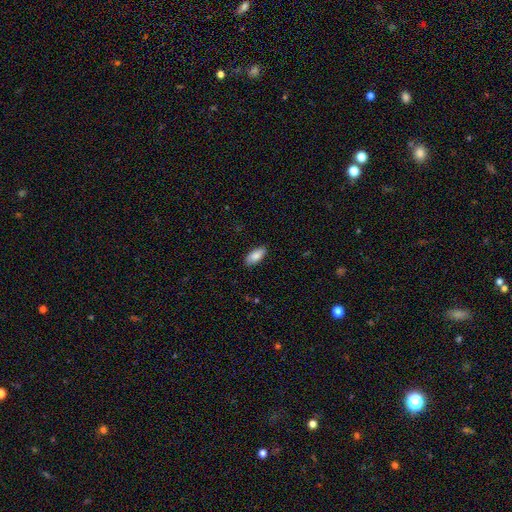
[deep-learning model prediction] This is clearly a smooth galaxy (87%). How rounded: clearly in between (89%). Merging: clearly none (87%).